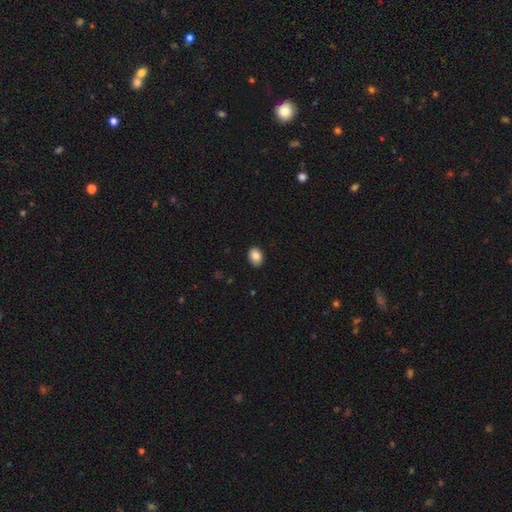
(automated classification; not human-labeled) Overall: smooth (84%). How rounded: in between (60%; round 39%). Merging: none (90%).